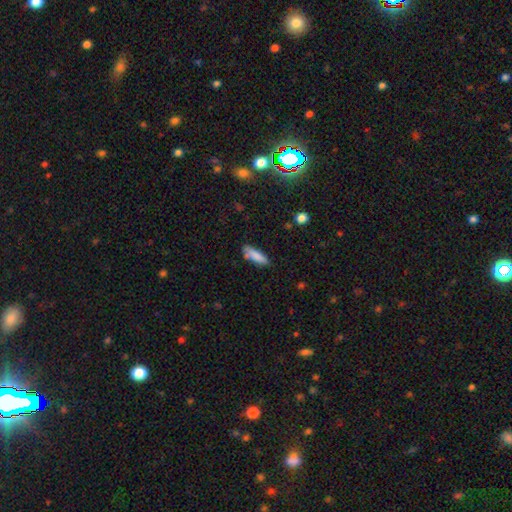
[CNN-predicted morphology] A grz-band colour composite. It shows a smooth galaxy with no disk features (83%) that is cigar-shaped (53%). Merging: none (68%).